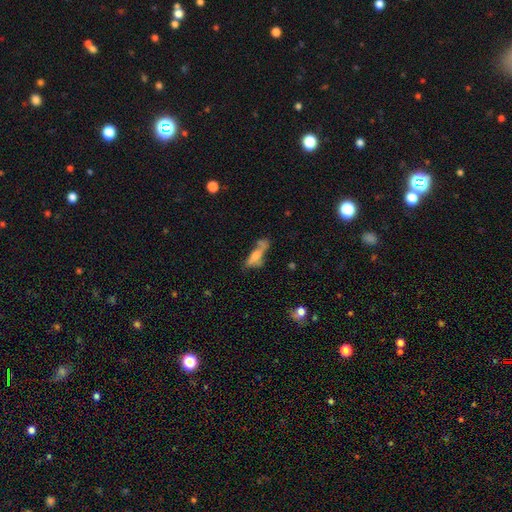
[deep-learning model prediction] A featured or disk galaxy (47%). Merging: none (38%).